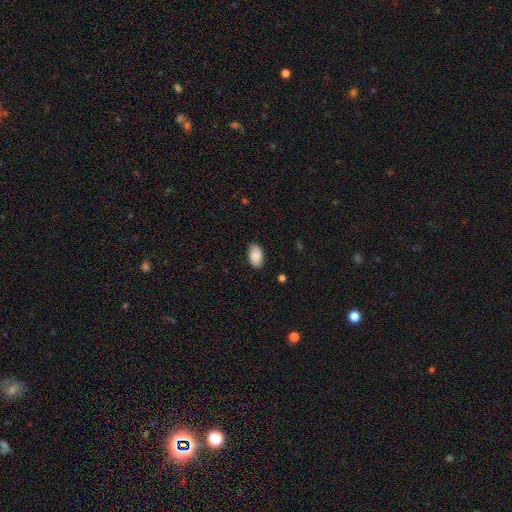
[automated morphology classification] The model was most divided on "merging": none: 83%, minor disturbance: 13%, major disturbance: 3%, merger: 1%. More confident: how rounded — in between (94%); smooth or featured — smooth (88%).